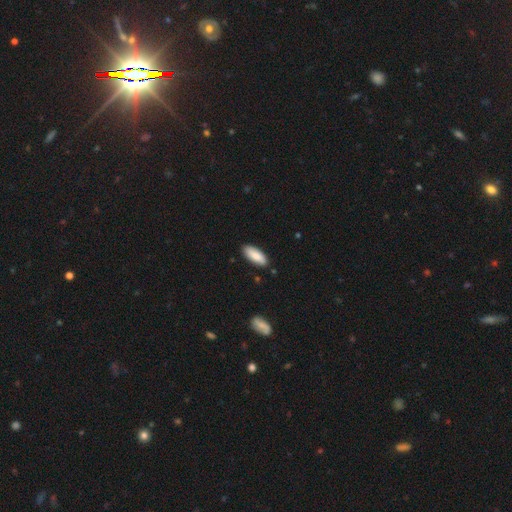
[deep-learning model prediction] Smooth or featured: smooth — 86% (featured or disk — 8%)
How rounded: in between — 76% (cigar-shaped — 22%)
Merging: none — 86% (minor disturbance — 11%)